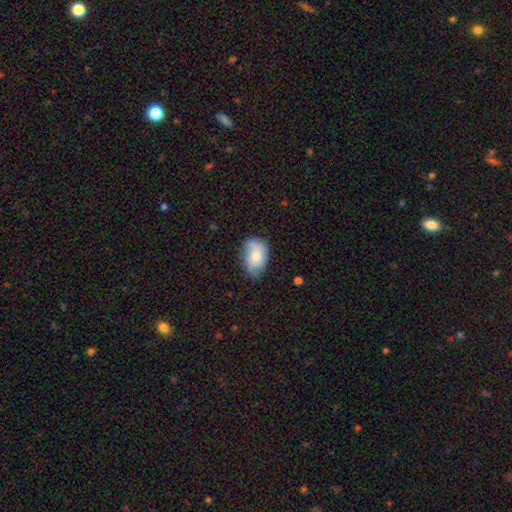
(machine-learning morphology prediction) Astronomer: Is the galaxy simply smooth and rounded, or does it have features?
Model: smooth — 67%.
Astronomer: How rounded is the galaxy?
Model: in between — 88%.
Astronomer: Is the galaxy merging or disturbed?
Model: none — 60%.